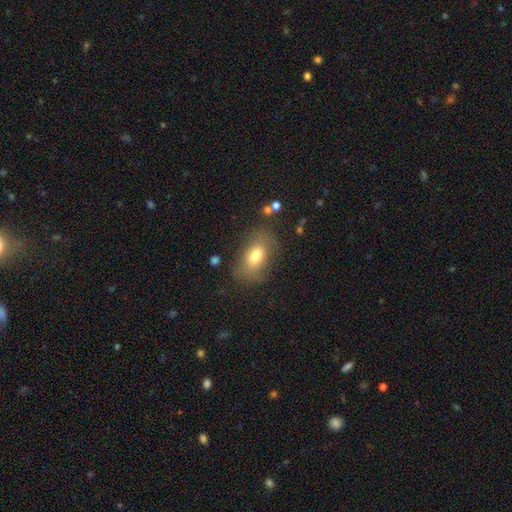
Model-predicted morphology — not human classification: Smooth or featured: smooth — 72% (featured or disk — 17%)
How rounded: in between — 83% (round — 14%)
Merging: none — 70% (minor disturbance — 19%)